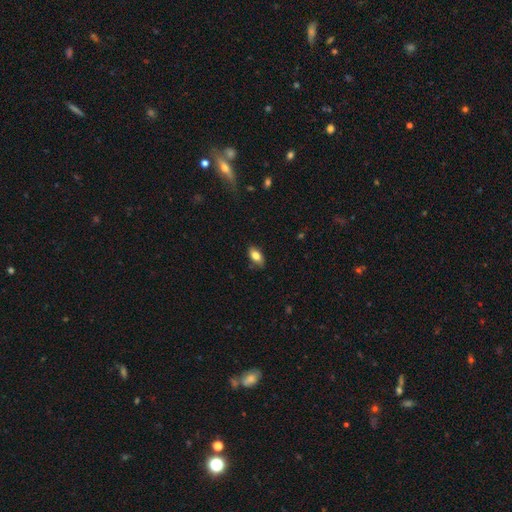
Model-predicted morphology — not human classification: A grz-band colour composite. It shows a smooth galaxy with no disk features (79%) that is in between round and cigar-shaped (89%). Merging: none (81%).